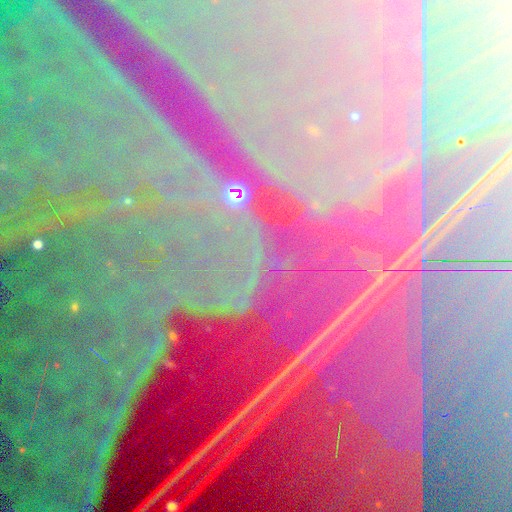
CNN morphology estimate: This is clearly a star or artifact rather than a galaxy (89%).